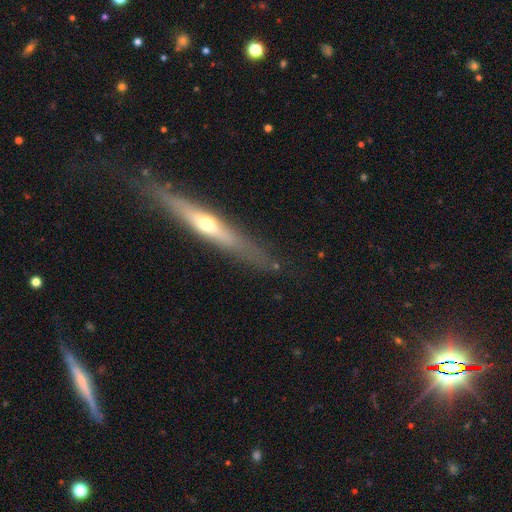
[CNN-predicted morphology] Smooth or featured?
  - featured or disk: 69% *
  - smooth: 24%
  - star or artifact: 8%
Edge-on disk?
  - yes: 92% *
  - no: 8%
Edge-on bulge?
  - rounded: 82% *
  - none: 15%
  - boxy: 3%
Merging?
  - none: 82% *
  - minor disturbance: 13%
  - major disturbance: 3%
  - merger: 2%